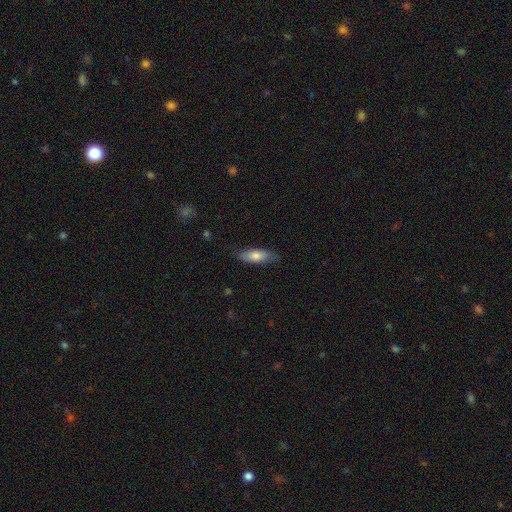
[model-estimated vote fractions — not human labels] Smooth or featured? Predicted: smooth (p=0.74). How rounded? Predicted: in between (p=0.60). Merging? Predicted: none (p=0.81).